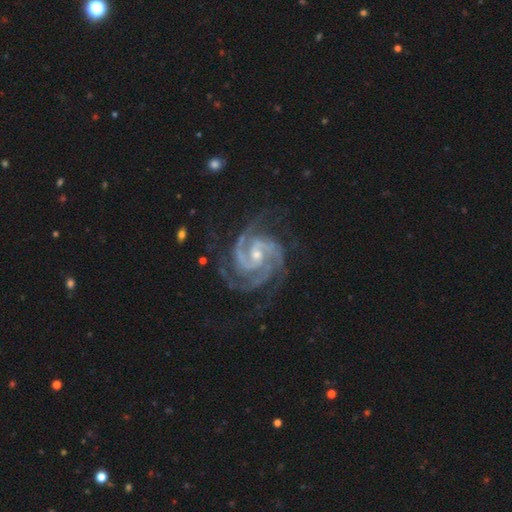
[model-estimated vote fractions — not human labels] A featured or disk galaxy (94%) with no bar (48%), 3 (39%) tight (57%) spiral arms (99%) and a small central bulge (58%). Merging: none (70%).